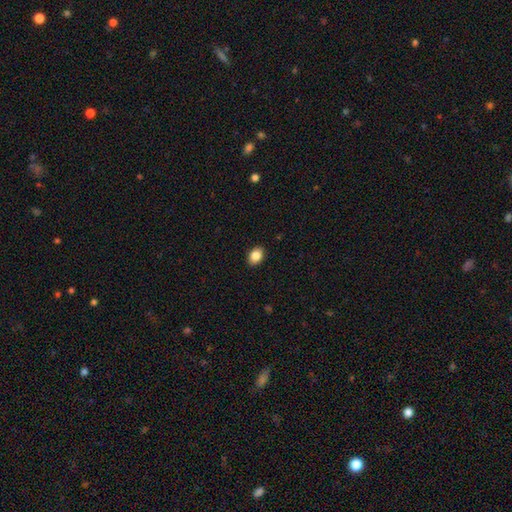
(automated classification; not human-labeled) A smooth galaxy with no disk features (86%) that is in between round and cigar-shaped (76%). Merging: none (90%).